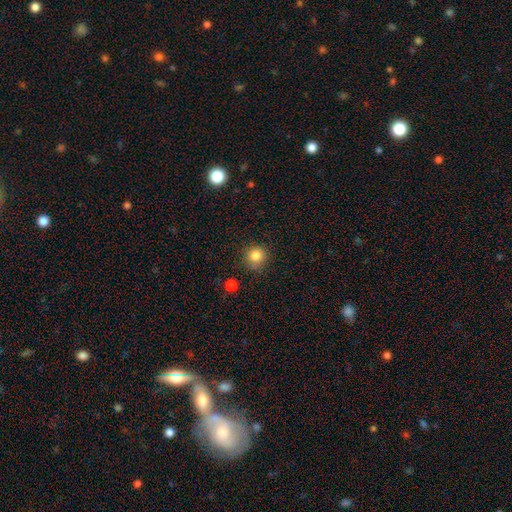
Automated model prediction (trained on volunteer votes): Smooth or featured?
  - smooth: 85% *
  - star or artifact: 11%
  - featured or disk: 4%
How rounded?
  - round: 91% *
  - in between: 8%
  - cigar-shaped: 1%
Merging?
  - none: 82% *
  - minor disturbance: 12%
  - major disturbance: 3%
  - merger: 3%